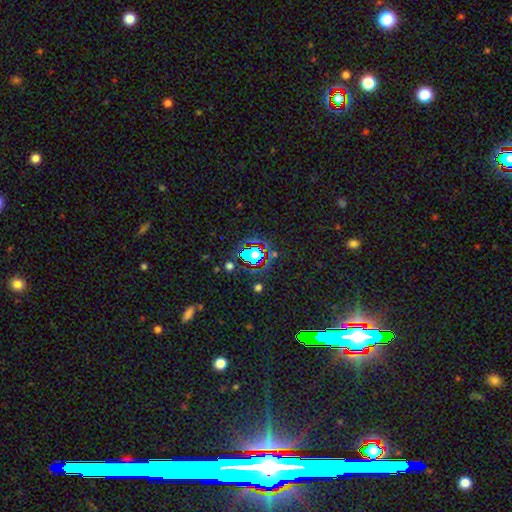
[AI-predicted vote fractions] A star or artifact, not a galaxy (59%).